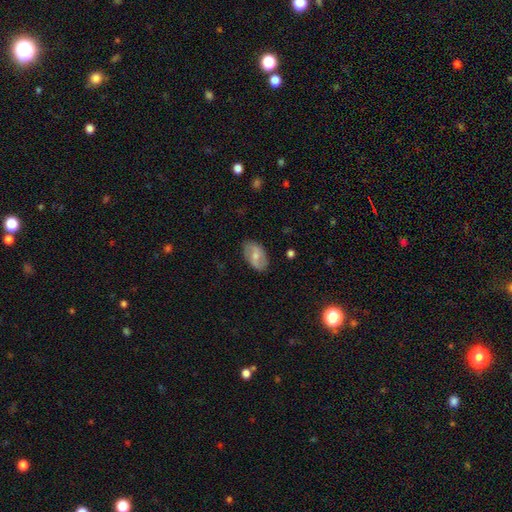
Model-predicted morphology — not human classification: Overall: smooth (48%; featured or disk 46%). Merging: none (81%).